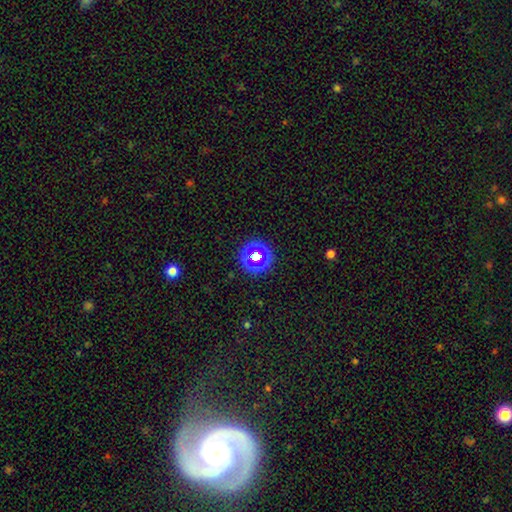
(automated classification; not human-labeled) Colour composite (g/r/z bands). It shows a star or artifact, not a galaxy (44%).